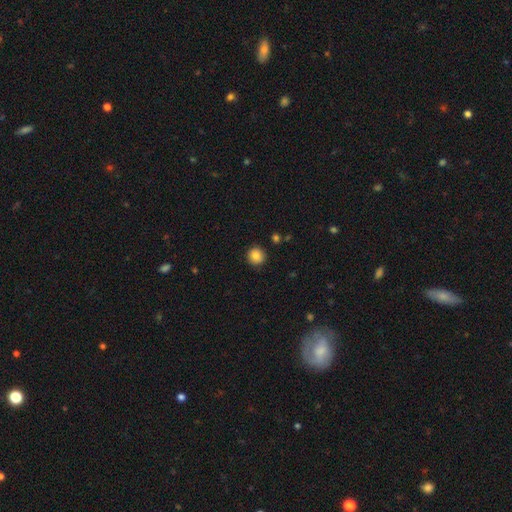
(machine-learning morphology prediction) smooth 84%, star or artifact 10%, featured or disk 7%. Down the decision tree: how rounded — round (93%); merging — none (90%).